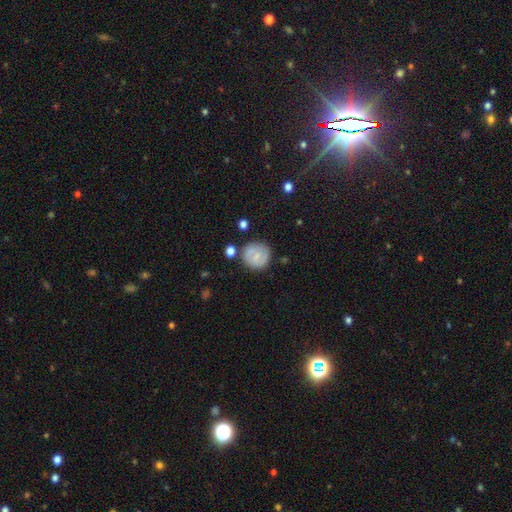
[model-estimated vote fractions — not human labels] Smooth or featured?
  - smooth: 60% *
  - featured or disk: 32%
  - star or artifact: 8%
How rounded?
  - round: 90% *
  - in between: 9%
  - cigar-shaped: 1%
Merging?
  - none: 78% *
  - minor disturbance: 13%
  - merger: 5%
  - major disturbance: 4%